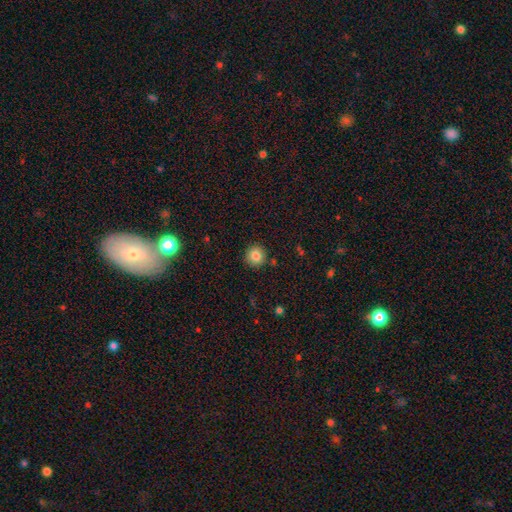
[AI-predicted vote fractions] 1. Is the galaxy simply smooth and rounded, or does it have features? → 84% smooth, 10% star or artifact, 6% featured or disk.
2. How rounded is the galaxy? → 93% round, 6% in between, 1% cigar-shaped.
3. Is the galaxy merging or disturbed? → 89% none, 7% minor disturbance, 2% major disturbance, 2% merger.